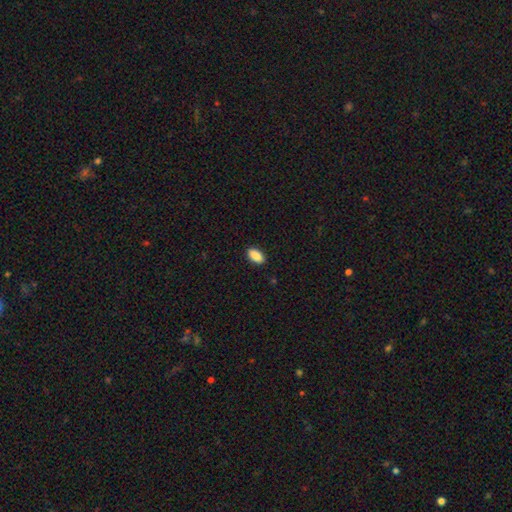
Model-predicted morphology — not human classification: Smooth or featured? smooth (90%)
How rounded? in between (93%)
Merging? none (90%)